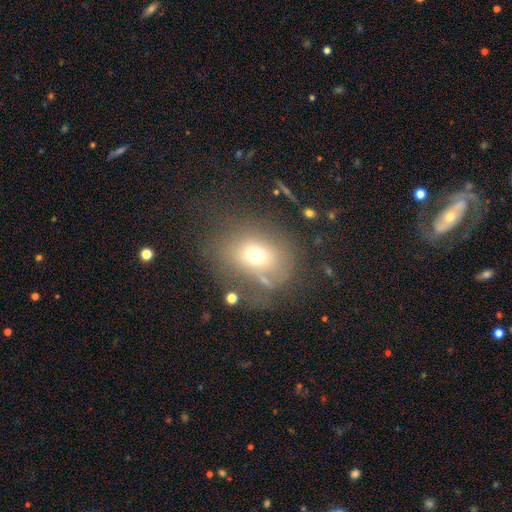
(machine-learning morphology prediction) type=smooth (63%); roundness=round (61%); merging=none (56%).